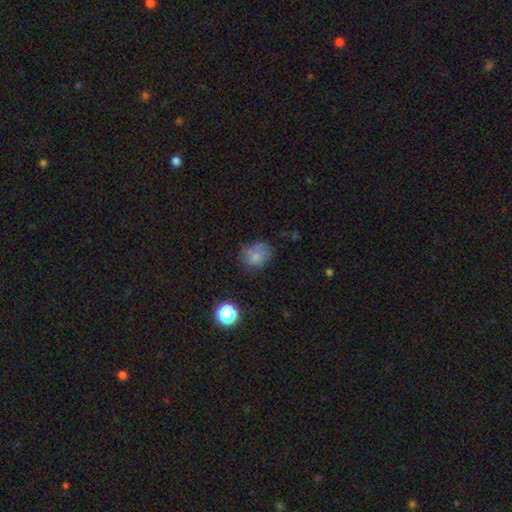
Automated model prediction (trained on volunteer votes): Smooth or featured? Predicted: smooth (p=0.67). How rounded? Predicted: round (p=0.56). Merging? Predicted: none (p=0.52).